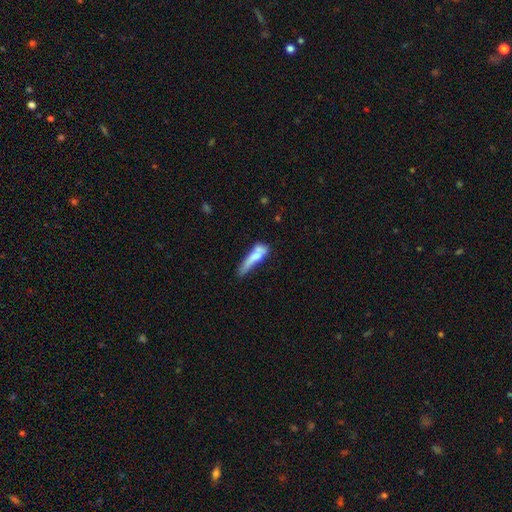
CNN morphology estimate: Smooth or featured?
  - smooth: 60% *
  - featured or disk: 31%
  - star or artifact: 8%
How rounded?
  - cigar-shaped: 73% *
  - in between: 24%
  - round: 3%
Merging?
  - merger: 26% *
  - none: 25%
  - major disturbance: 25%
  - minor disturbance: 24%